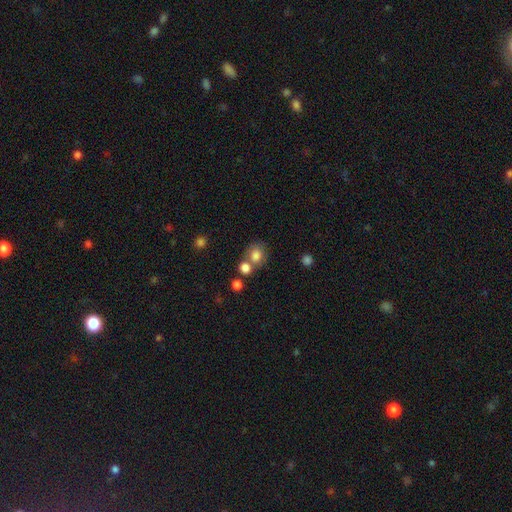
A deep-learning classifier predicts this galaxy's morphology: Smooth or featured? Predicted: smooth (p=0.80). How rounded? Predicted: round (p=0.72). Merging? Predicted: none (p=0.51).